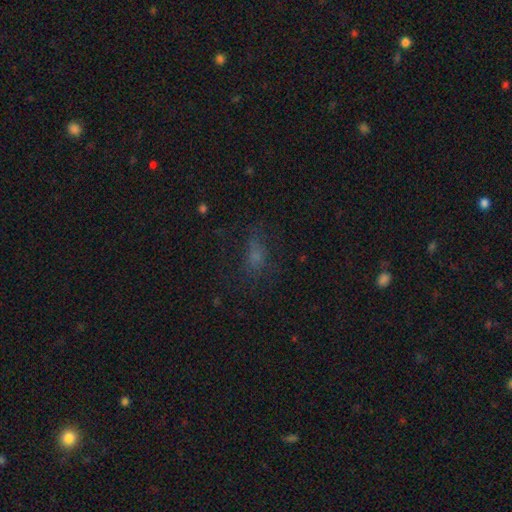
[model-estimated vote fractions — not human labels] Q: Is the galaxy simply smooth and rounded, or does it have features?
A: smooth — 55%.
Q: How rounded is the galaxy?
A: in between — 70%.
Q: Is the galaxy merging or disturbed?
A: none — 58%.